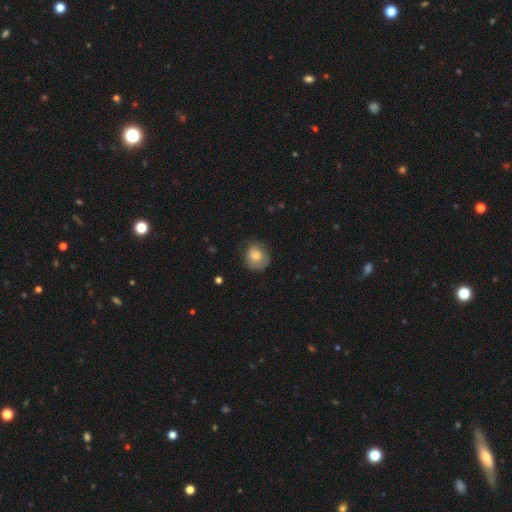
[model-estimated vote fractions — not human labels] This appears to be a smooth galaxy with no disk features (76%) that is round (77%). Merging: none (68%).